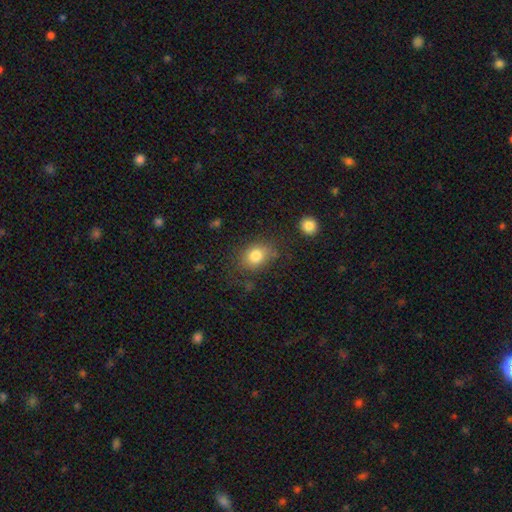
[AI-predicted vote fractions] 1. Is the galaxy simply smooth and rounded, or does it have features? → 81% smooth, 10% star or artifact, 9% featured or disk.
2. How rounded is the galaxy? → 55% in between, 44% round, 1% cigar-shaped.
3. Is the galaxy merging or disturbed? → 70% none, 19% minor disturbance, 8% major disturbance, 3% merger.